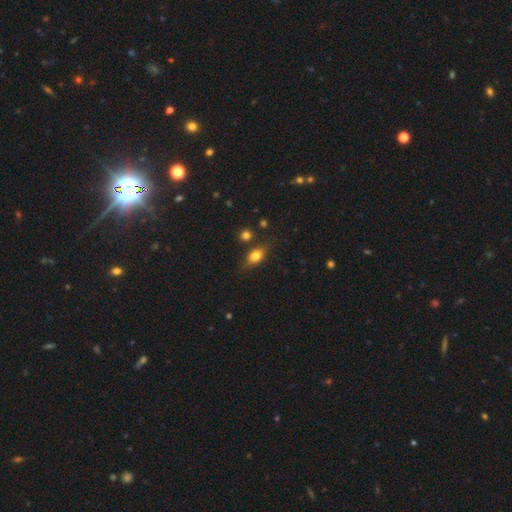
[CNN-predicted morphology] Q: Smooth or featured?
A: smooth (77%); runner-up: featured or disk (14%)
Q: How rounded?
A: in between (78%); runner-up: round (13%)
Q: Merging?
A: none (74%); runner-up: minor disturbance (17%)